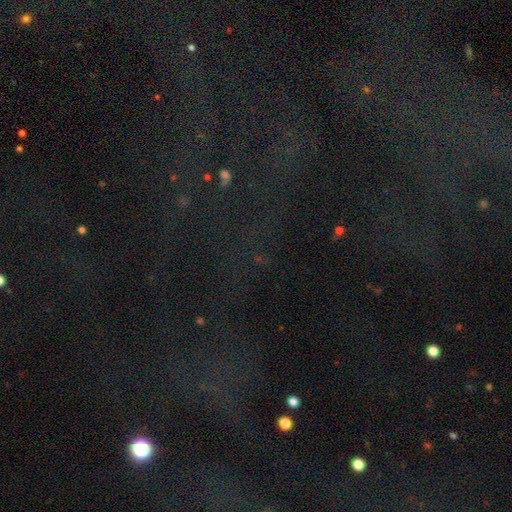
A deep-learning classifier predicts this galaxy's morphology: Smooth or featured? Predicted: star or artifact (p=0.76).